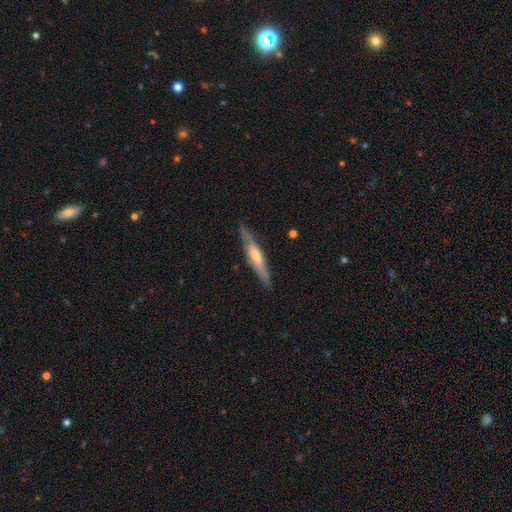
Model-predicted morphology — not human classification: This appears to be a featured or disk galaxy (54%) viewed edge-on (85%). Merging: none (84%).